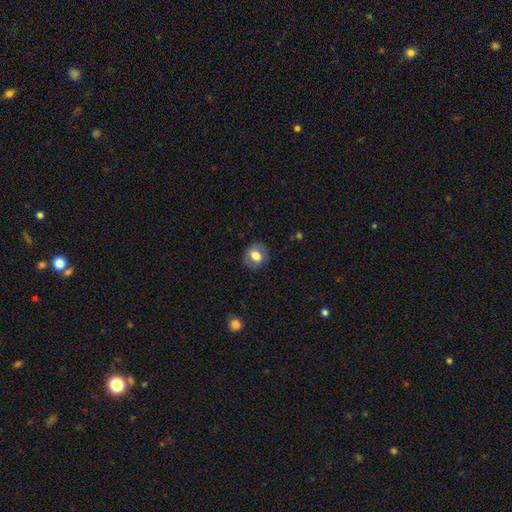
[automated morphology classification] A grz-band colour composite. It shows a smooth galaxy with no disk features (73%) that is round (63%). Merging: none (84%).